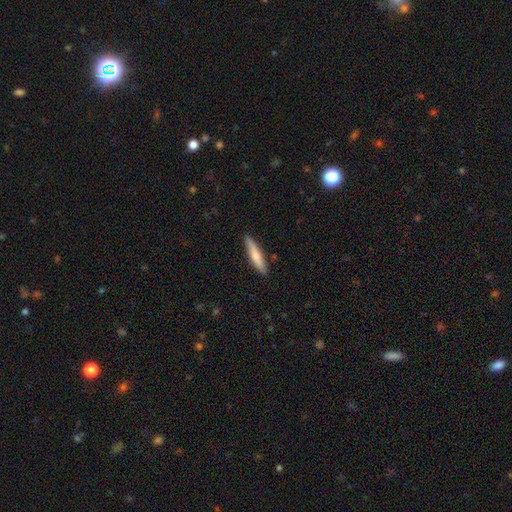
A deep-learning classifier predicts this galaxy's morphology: smooth-or-featured: smooth: 71% | featured or disk: 24% | star or artifact: 6%
  how-rounded: cigar-shaped: 87% | in between: 12% | round: 1%
  merging: none: 88% | minor disturbance: 9% | major disturbance: 2% | merger: 1%